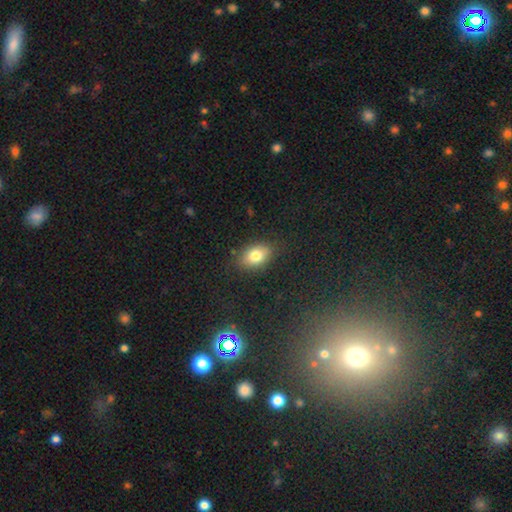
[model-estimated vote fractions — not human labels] A smooth galaxy with no disk features (79%) that is in between round and cigar-shaped (84%). Merging: none (84%).